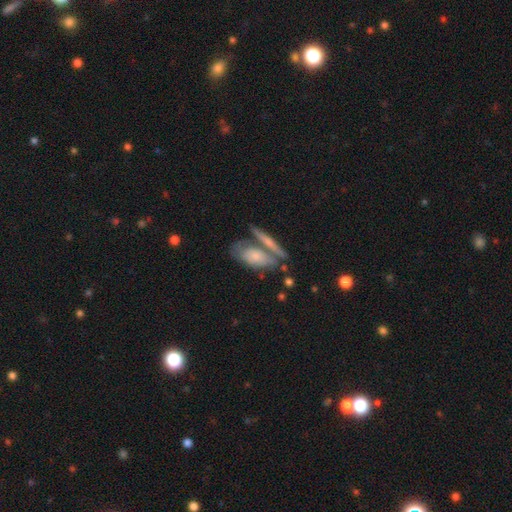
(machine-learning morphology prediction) The model was most divided on "merging": none: 42%, merger: 36%, minor disturbance: 14%, major disturbance: 7%. More confident: how rounded — in between (71%); smooth or featured — smooth (53%).